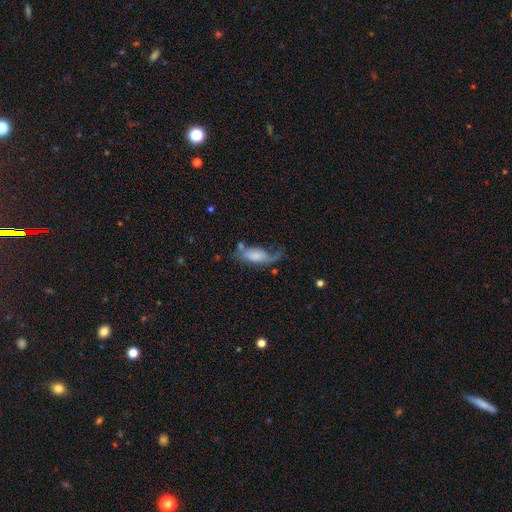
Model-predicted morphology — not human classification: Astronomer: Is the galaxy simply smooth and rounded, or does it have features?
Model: smooth — 58% (runner-up: featured or disk, 34%).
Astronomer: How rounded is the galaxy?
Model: in between — 80%.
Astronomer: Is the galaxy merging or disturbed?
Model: none — 34% (runner-up: major disturbance, 30%).